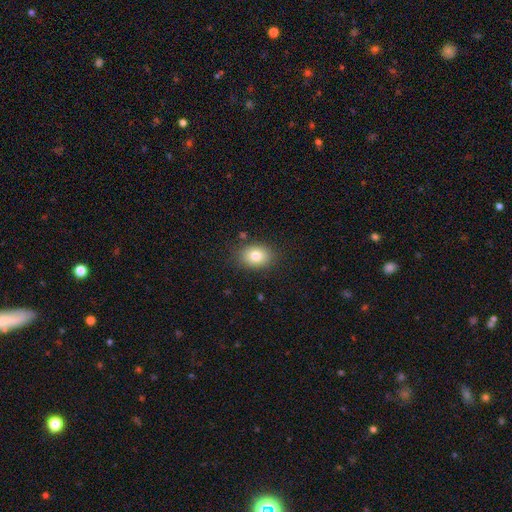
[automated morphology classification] type=smooth (81%); roundness=in between (66%); merging=none (84%).